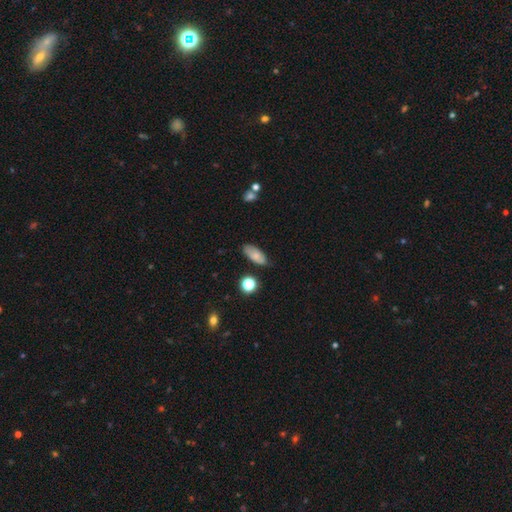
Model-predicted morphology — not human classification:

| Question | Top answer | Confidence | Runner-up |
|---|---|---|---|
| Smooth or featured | smooth | 74% | featured or disk (17%) |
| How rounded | in between | 84% | cigar-shaped (13%) |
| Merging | none | 71% | minor disturbance (22%) |